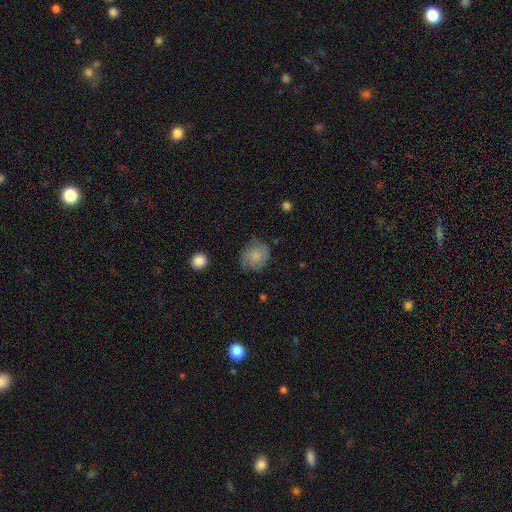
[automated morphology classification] Smooth or featured: smooth — 76% (featured or disk — 16%)
How rounded: round — 76% (in between — 23%)
Merging: none — 64% (minor disturbance — 26%)